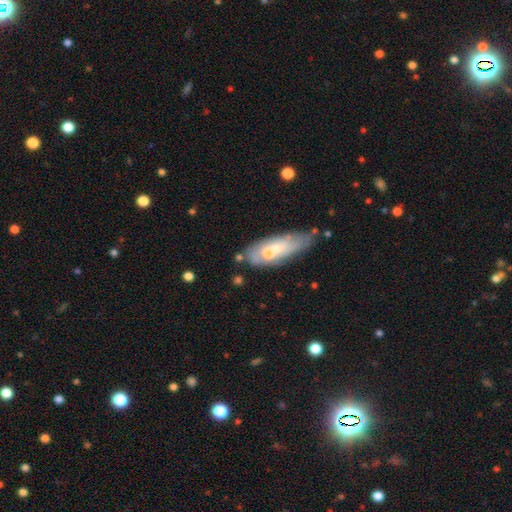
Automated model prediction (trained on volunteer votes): A smooth galaxy with no disk features (51%) that is in between round and cigar-shaped (76%).

Vote fractions:
- Smooth or featured? smooth: 51% / featured or disk: 41% / star or artifact: 8%
- How rounded? in between: 76% / cigar-shaped: 19% / round: 5%
- Merging? none: 43% / minor disturbance: 23% / merger: 22% / major disturbance: 13%